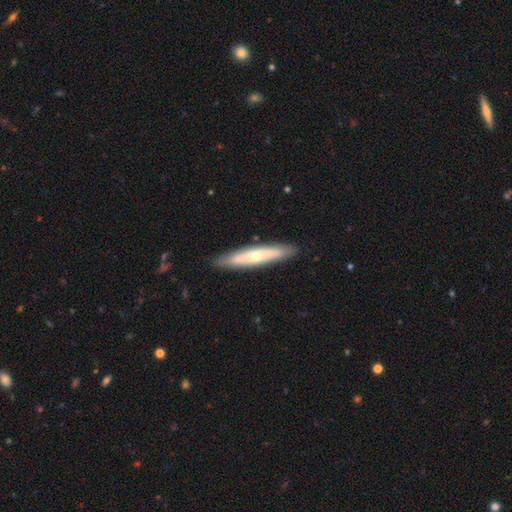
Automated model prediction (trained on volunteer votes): Overall: featured or disk (51%; smooth 44%). Edge-on disk: yes (73%). Merging: none (88%).